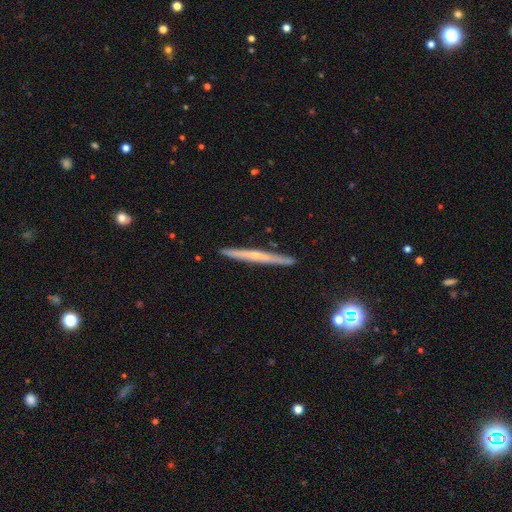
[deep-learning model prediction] Smooth or featured?
  - featured or disk: 65% *
  - smooth: 27%
  - star or artifact: 7%
Edge-on disk?
  - yes: 97% *
  - no: 3%
Edge-on bulge?
  - rounded: 49% *
  - none: 47%
  - boxy: 4%
Merging?
  - none: 91% *
  - minor disturbance: 6%
  - merger: 1%
  - major disturbance: 1%